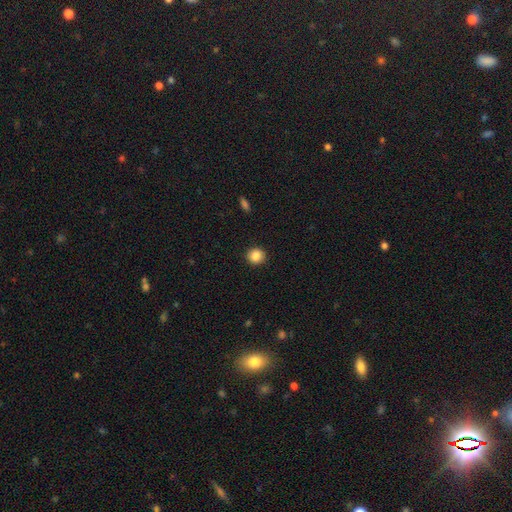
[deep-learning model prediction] Overall: smooth (87%). How rounded: round (89%). Merging: none (92%).